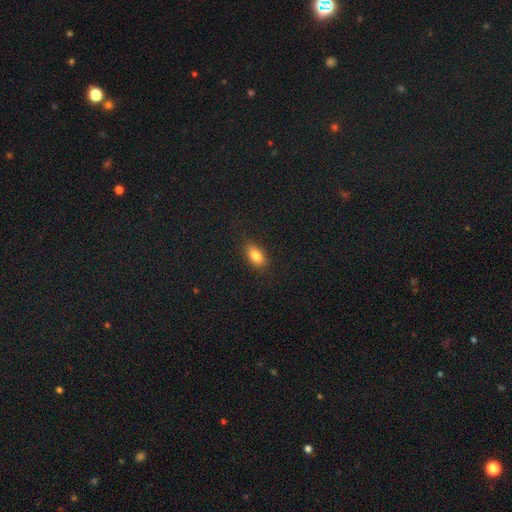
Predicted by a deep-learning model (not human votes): smooth 82%, featured or disk 10%, star or artifact 9%. Down the decision tree: how rounded — in between (87%); merging — none (85%).